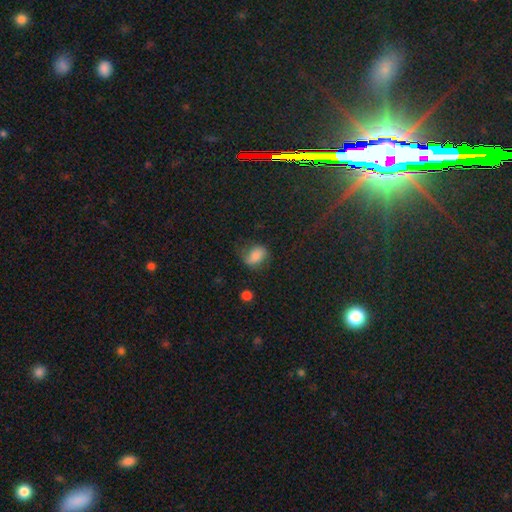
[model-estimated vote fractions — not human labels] Smooth or featured?
  - smooth: 65% *
  - featured or disk: 24%
  - star or artifact: 11%
How rounded?
  - in between: 72% *
  - round: 26%
  - cigar-shaped: 2%
Merging?
  - none: 49% *
  - minor disturbance: 28%
  - major disturbance: 20%
  - merger: 2%